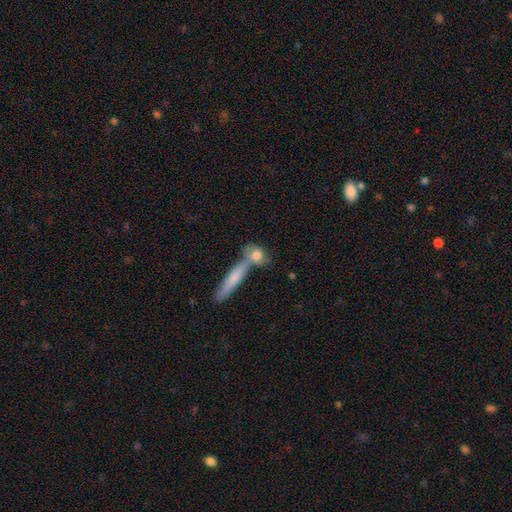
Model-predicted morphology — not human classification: Smooth or featured?
  - smooth: 48% *
  - featured or disk: 36%
  - star or artifact: 16%
Merging?
  - none: 56% *
  - merger: 29%
  - minor disturbance: 10%
  - major disturbance: 5%